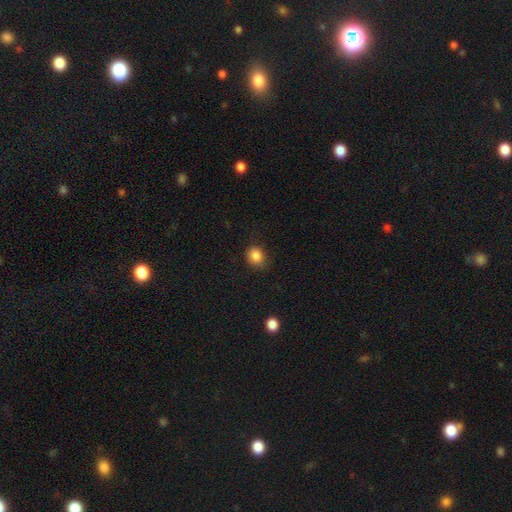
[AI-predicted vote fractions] Smooth or featured: smooth — 86% (star or artifact — 10%)
How rounded: round — 64% (in between — 35%)
Merging: none — 78% (minor disturbance — 17%)